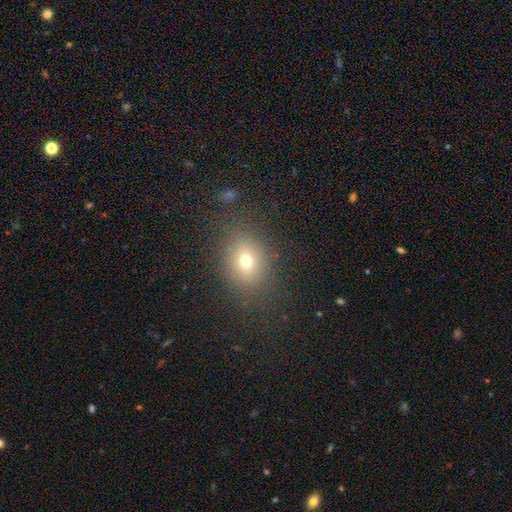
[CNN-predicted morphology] Overall: smooth (66%). How rounded: in between (57%; round 41%). Merging: none (85%).